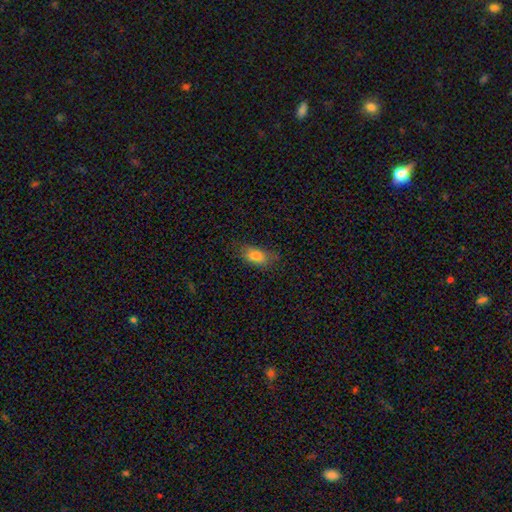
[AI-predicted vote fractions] Smooth or featured? smooth (81%)
How rounded? in between (85%)
Merging? none (70%)